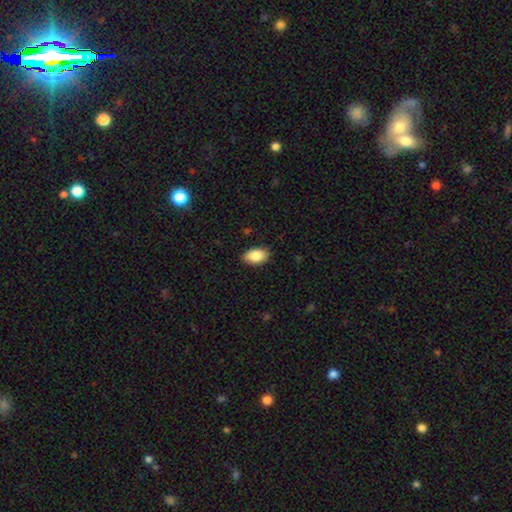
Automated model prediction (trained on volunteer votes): This appears to be a smooth galaxy with no disk features (87%) that is in between round and cigar-shaped (92%). Merging: none (87%).